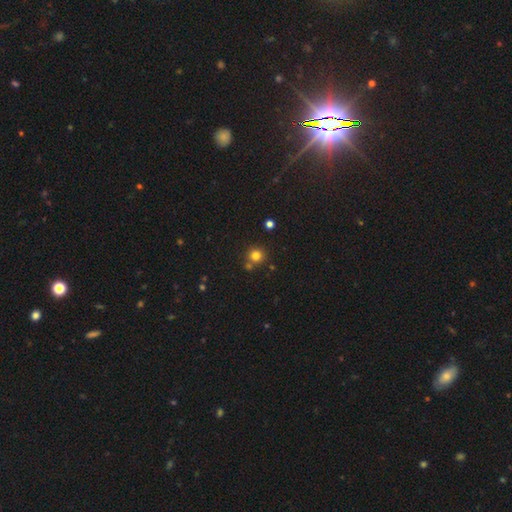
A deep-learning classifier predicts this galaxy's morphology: smooth_or_featured: smooth (p=0.78) [alt: star or artifact p=0.15]
how_rounded: round (p=0.93) [alt: in between p=0.06]
merging: none (p=0.76) [alt: merger p=0.13]